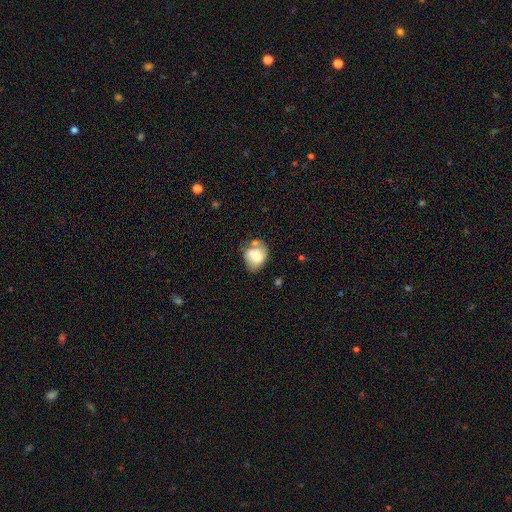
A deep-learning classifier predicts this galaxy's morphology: A smooth galaxy with no disk features (61%) that is in between round and cigar-shaped (53%). Merging: none (39%).